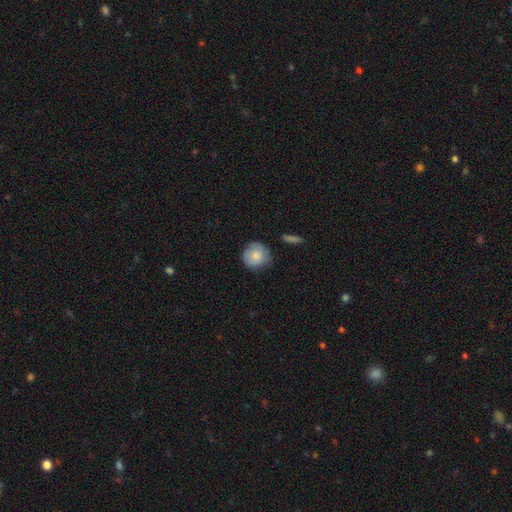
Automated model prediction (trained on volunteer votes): Smooth or featured?
  - smooth: 81% *
  - featured or disk: 12%
  - star or artifact: 6%
How rounded?
  - round: 90% *
  - in between: 9%
  - cigar-shaped: 1%
Merging?
  - none: 75% *
  - minor disturbance: 20%
  - major disturbance: 3%
  - merger: 2%